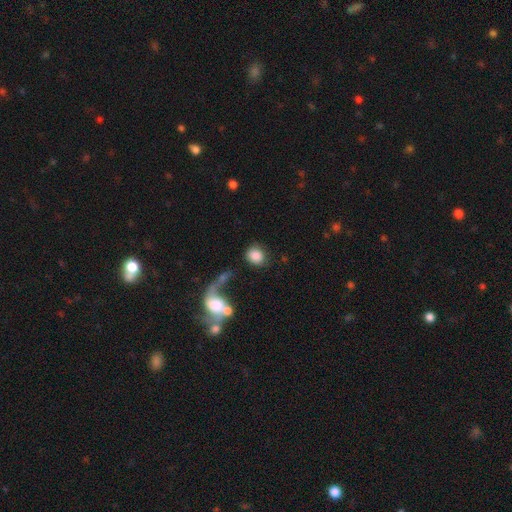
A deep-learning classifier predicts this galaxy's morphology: Smooth or featured? Predicted: smooth (p=0.82). How rounded? Predicted: round (p=0.74). Merging? Predicted: none (p=0.67).